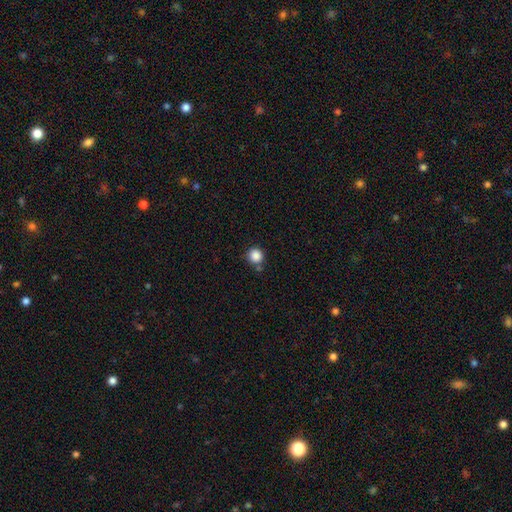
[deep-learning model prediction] Morphology: type=smooth (86%); roundness=round (93%); merging=none (76%).